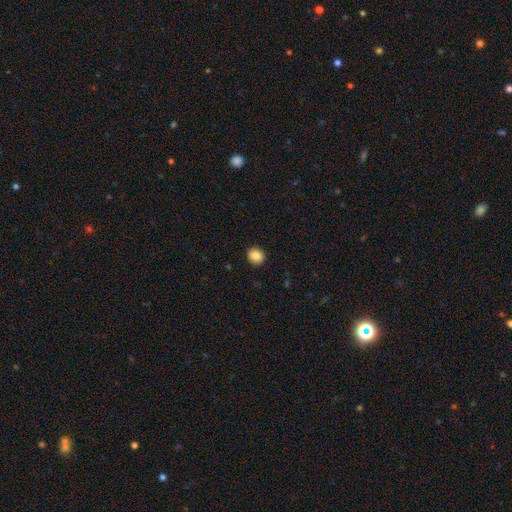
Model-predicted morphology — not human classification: This is clearly a smooth galaxy (87%). How rounded: likely round (71%). Merging: clearly none (91%).